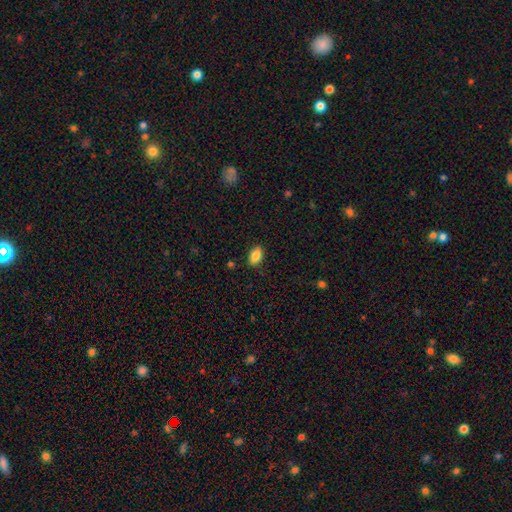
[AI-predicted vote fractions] smooth-or-featured: smooth: 86% | star or artifact: 8% | featured or disk: 6%
  how-rounded: in between: 90% | round: 6% | cigar-shaped: 4%
  merging: none: 86% | minor disturbance: 10% | major disturbance: 2% | merger: 1%